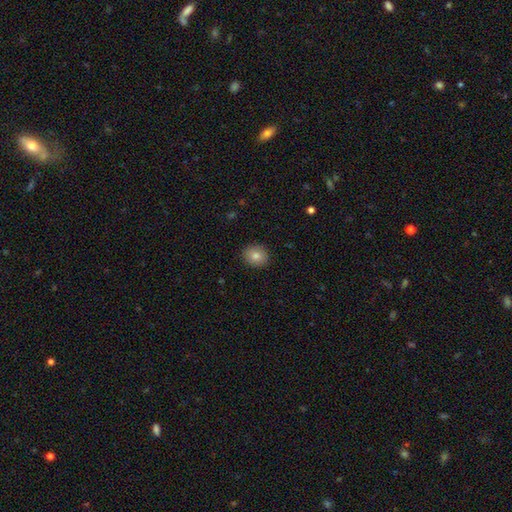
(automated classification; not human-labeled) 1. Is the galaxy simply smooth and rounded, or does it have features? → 81% smooth, 10% star or artifact, 9% featured or disk.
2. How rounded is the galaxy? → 73% round, 26% in between, 1% cigar-shaped.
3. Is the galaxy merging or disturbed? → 91% none, 6% minor disturbance, 2% major disturbance, 1% merger.